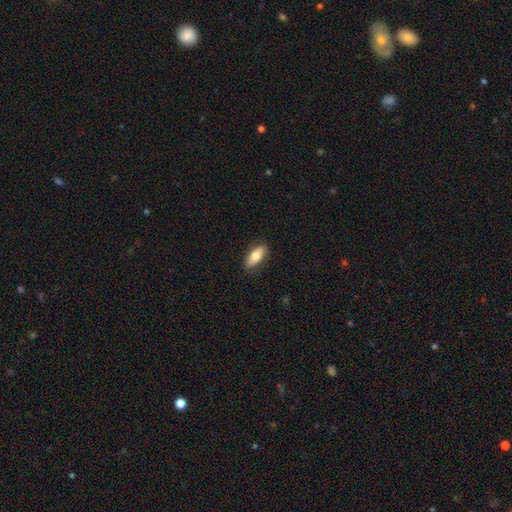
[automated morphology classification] Smooth or featured? Predicted: smooth (p=0.74). How rounded? Predicted: in between (p=0.79). Merging? Predicted: none (p=0.87).